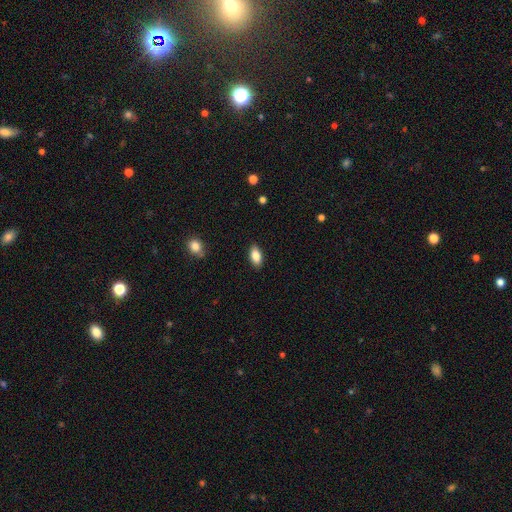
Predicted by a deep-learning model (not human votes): A smooth galaxy with no disk features (84%) that is in between round and cigar-shaped (90%).

Vote fractions:
- Smooth or featured? smooth: 84% / featured or disk: 8% / star or artifact: 7%
- How rounded? in between: 90% / cigar-shaped: 6% / round: 4%
- Merging? none: 87% / minor disturbance: 10% / major disturbance: 2% / merger: 1%